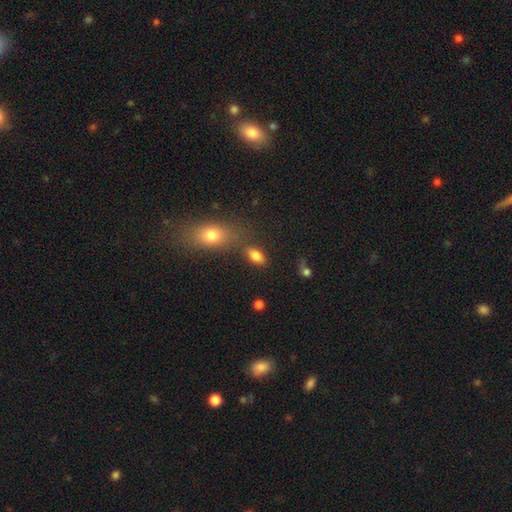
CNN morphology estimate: smooth-or-featured: smooth: 82% | star or artifact: 10% | featured or disk: 8%
  how-rounded: in between: 88% | round: 7% | cigar-shaped: 5%
  merging: none: 70% | minor disturbance: 13% | merger: 12% | major disturbance: 5%